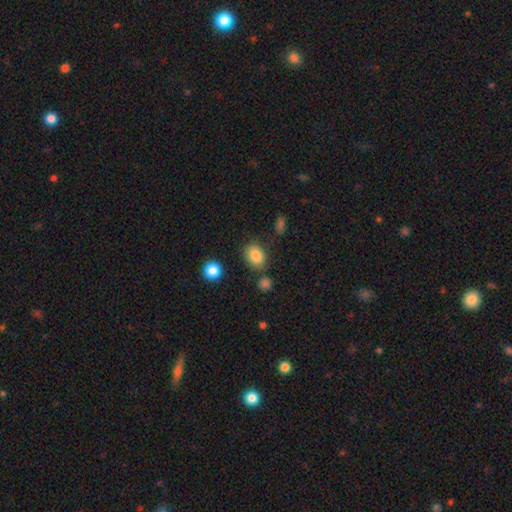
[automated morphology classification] Smooth or featured: smooth — 84% (star or artifact — 10%)
How rounded: in between — 64% (round — 35%)
Merging: none — 77% (minor disturbance — 13%)